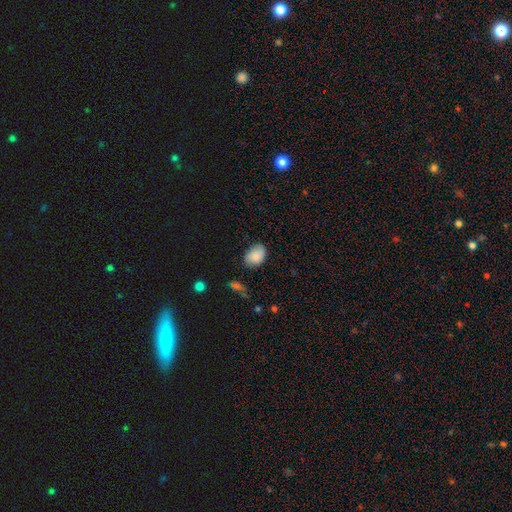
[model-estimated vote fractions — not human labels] smooth-or-featured: smooth: 84% | featured or disk: 9% | star or artifact: 8%
  how-rounded: in between: 75% | round: 24% | cigar-shaped: 1%
  merging: none: 74% | minor disturbance: 20% | major disturbance: 4% | merger: 2%